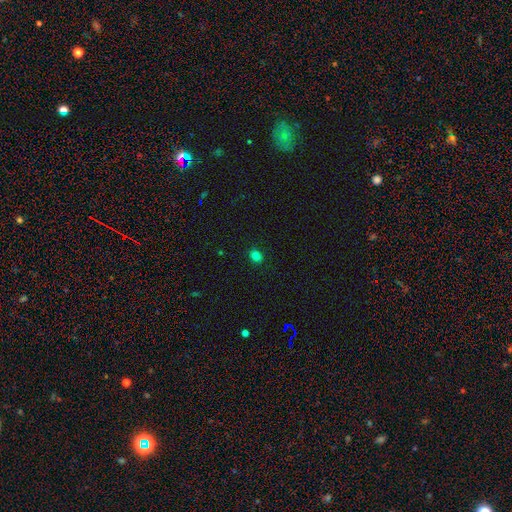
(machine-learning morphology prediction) smooth-or-featured: smooth: 81% | star or artifact: 15% | featured or disk: 4%
  how-rounded: round: 63% | in between: 36% | cigar-shaped: 1%
  merging: none: 91% | minor disturbance: 7% | major disturbance: 2% | merger: 1%